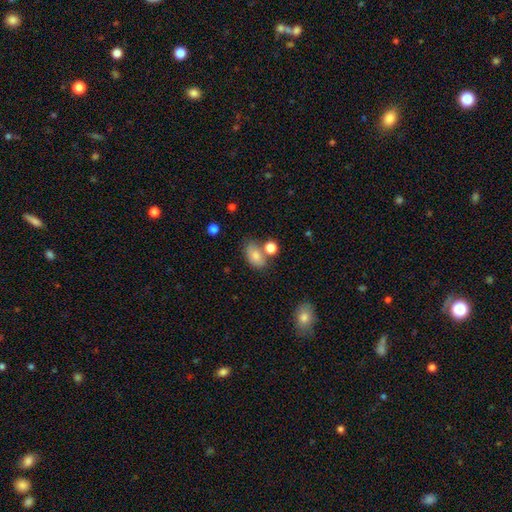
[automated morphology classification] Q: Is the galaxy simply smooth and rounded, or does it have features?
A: smooth — 80%.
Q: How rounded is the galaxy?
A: in between — 86%.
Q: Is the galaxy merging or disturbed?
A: none — 55%.